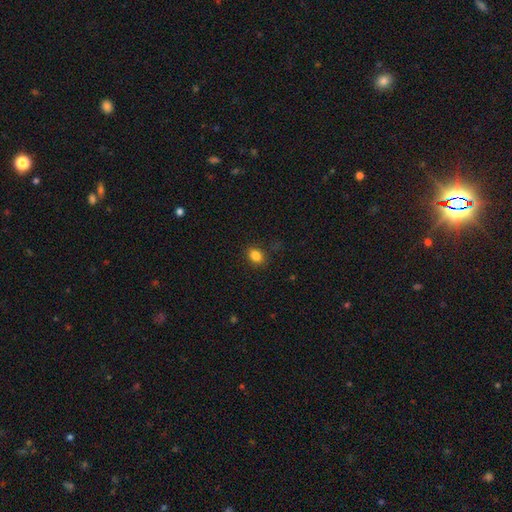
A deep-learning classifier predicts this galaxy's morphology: smooth 84%, star or artifact 11%, featured or disk 5%. Down the decision tree: how rounded — in between (67%); merging — none (86%).